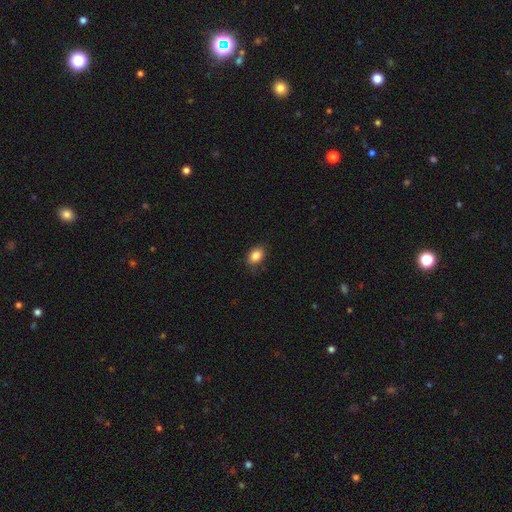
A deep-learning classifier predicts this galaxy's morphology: A smooth galaxy with no disk features (86%) that is in between round and cigar-shaped (78%). Merging: none (81%).